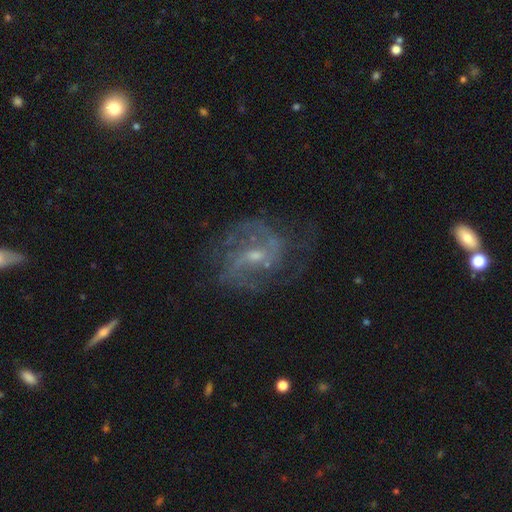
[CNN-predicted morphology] Smooth or featured? featured or disk (83%)
Edge-on disk? no (97%)
Bar? weak (53%)
Spiral arms? yes (92%)
Spiral winding? medium (51%)
Spiral arm count? 2 (62%)
Bulge size? small (61%)
Merging? none (65%)